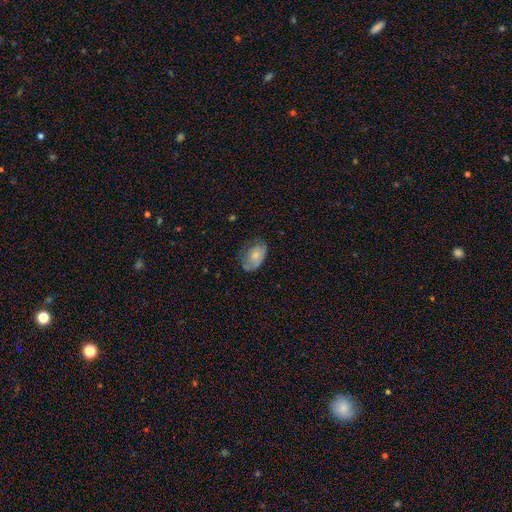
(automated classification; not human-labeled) This appears to be a smooth galaxy with no disk features (61%) that is in between round and cigar-shaped (86%). Merging: none (48%).